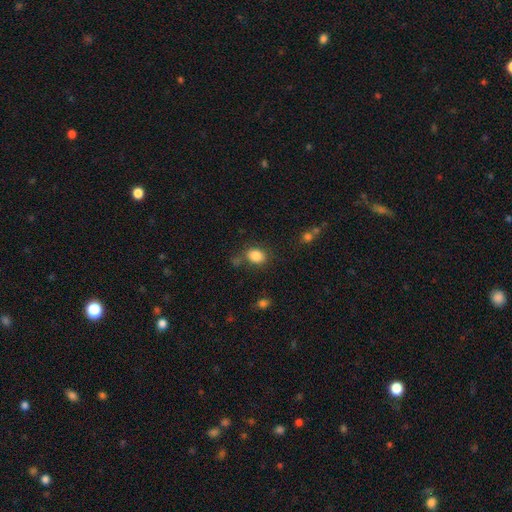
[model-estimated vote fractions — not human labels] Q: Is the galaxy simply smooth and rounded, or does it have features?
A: smooth — 85%.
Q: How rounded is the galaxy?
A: in between — 57%.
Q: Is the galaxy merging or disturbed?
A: none — 71%.